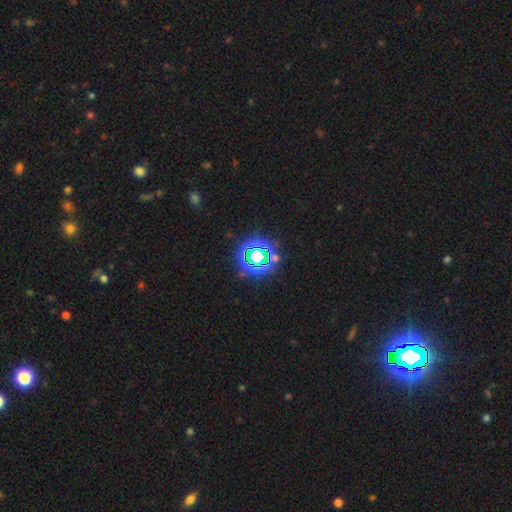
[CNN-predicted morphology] Q: Smooth or featured?
A: star or artifact (72%); runner-up: smooth (16%)